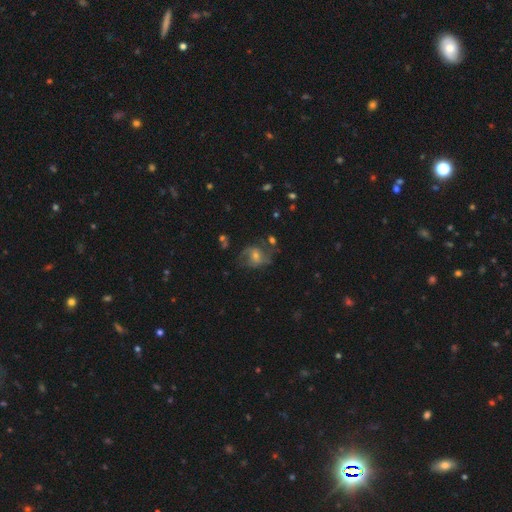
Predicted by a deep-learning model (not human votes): Smooth or featured? featured or disk (63%)
Edge-on disk? no (97%)
Bar? no (51%)
Spiral arms? yes (82%)
Spiral winding? medium (47%)
Spiral arm count? 2 (62%)
Bulge size? small (47%)
Merging? none (53%)